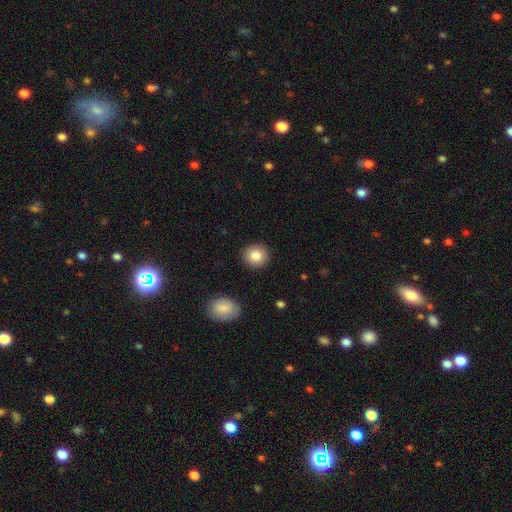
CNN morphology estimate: Smooth or featured? smooth (85%)
How rounded? round (89%)
Merging? none (91%)